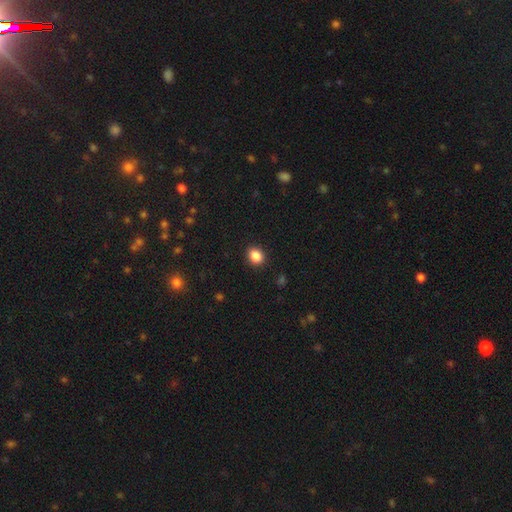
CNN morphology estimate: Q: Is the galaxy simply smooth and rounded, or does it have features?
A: smooth — 87%.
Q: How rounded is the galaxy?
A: round — 54%.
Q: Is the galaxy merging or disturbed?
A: none — 90%.